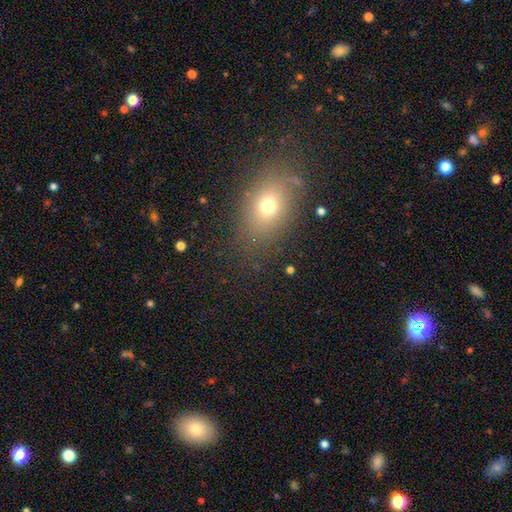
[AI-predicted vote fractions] Smooth or featured?
  - smooth: 64% *
  - star or artifact: 21%
  - featured or disk: 15%
How rounded?
  - in between: 76% *
  - round: 21%
  - cigar-shaped: 3%
Merging?
  - none: 83% *
  - minor disturbance: 11%
  - major disturbance: 4%
  - merger: 2%